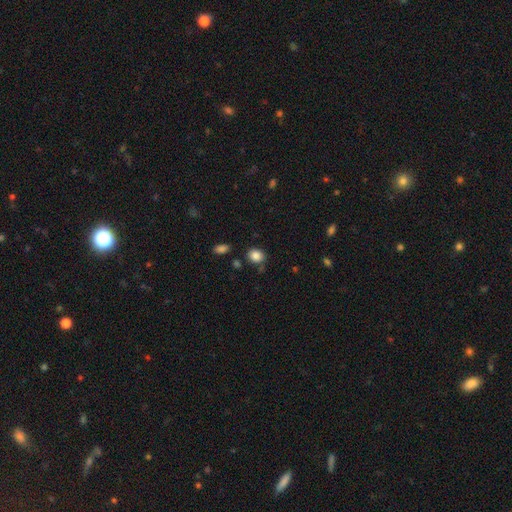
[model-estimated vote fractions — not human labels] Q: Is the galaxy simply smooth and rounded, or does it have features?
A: smooth — 85%.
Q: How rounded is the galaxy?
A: round — 57%.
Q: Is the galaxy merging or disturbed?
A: none — 78%.